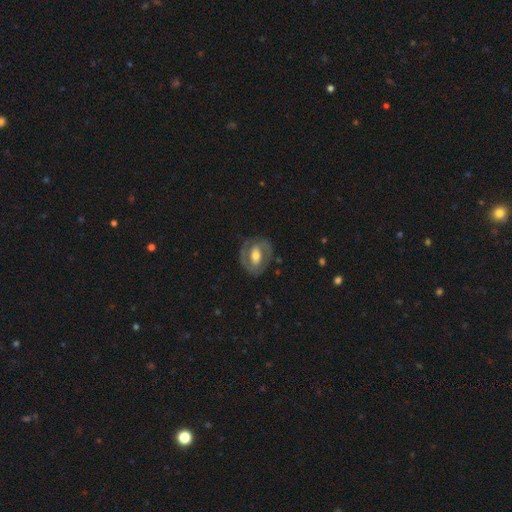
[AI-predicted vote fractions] This is likely a featured or disk galaxy (72%). It is clearly not viewed edge-on (95%). Bar: marginally weak (37%). Spiral arm pattern: likely yes (69%). Central bulge: likely moderate (62%). Merging: likely none (74%).